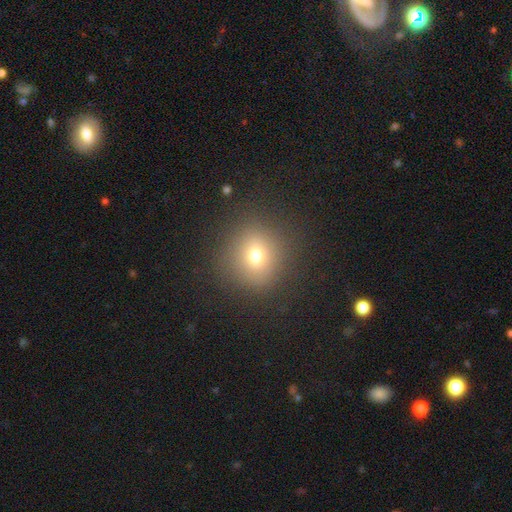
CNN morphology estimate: A smooth galaxy with no disk features (69%) that is round (89%).

Vote fractions:
- Smooth or featured? smooth: 69% / star or artifact: 18% / featured or disk: 12%
- How rounded? round: 89% / in between: 10% / cigar-shaped: 1%
- Merging? none: 87% / minor disturbance: 8% / major disturbance: 4% / merger: 1%